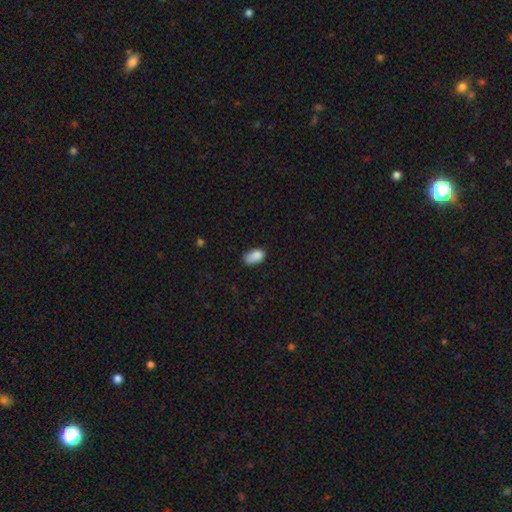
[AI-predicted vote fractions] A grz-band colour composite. It shows a smooth galaxy with no disk features (85%) that is in between round and cigar-shaped (91%). Merging: none (53%).